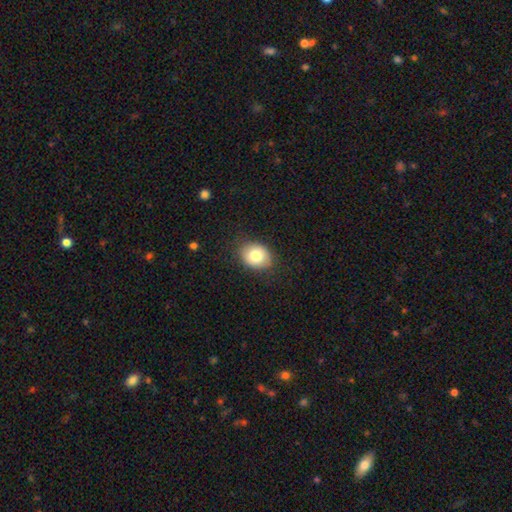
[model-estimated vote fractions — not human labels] Smooth or featured? smooth (80%)
How rounded? in between (52%)
Merging? none (84%)